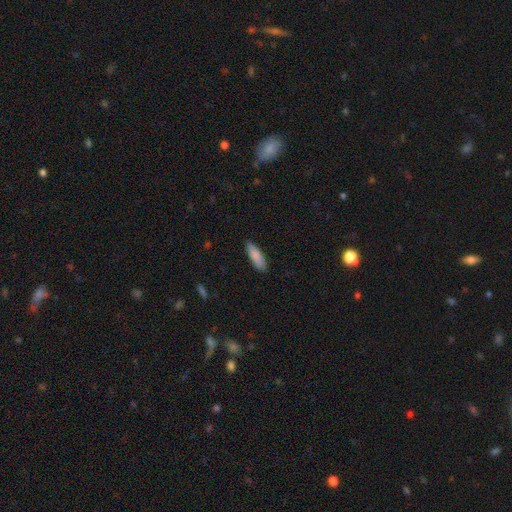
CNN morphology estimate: type=smooth (86%); roundness=in between (50%); merging=none (86%).